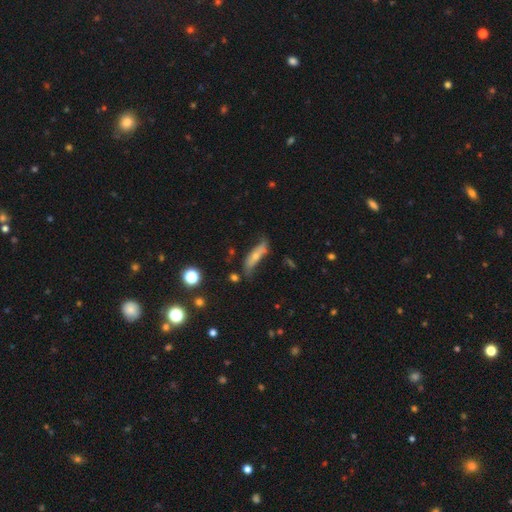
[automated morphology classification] Smooth or featured? Predicted: smooth (p=0.53). How rounded? Predicted: cigar-shaped (p=0.60). Merging? Predicted: none (p=0.50).